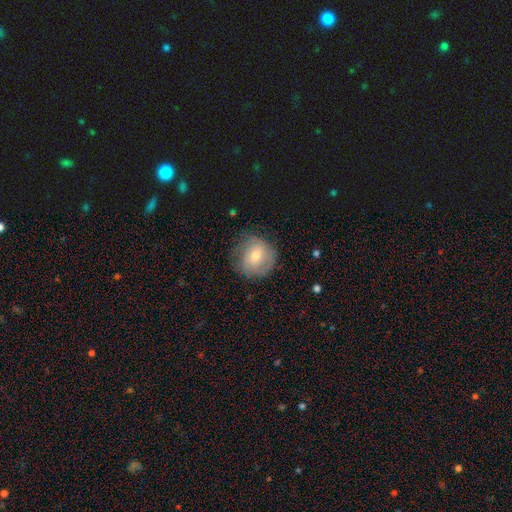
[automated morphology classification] Smooth or featured: smooth — 51% (featured or disk — 40%)
How rounded: round — 85% (in between — 14%)
Merging: none — 71% (minor disturbance — 21%)